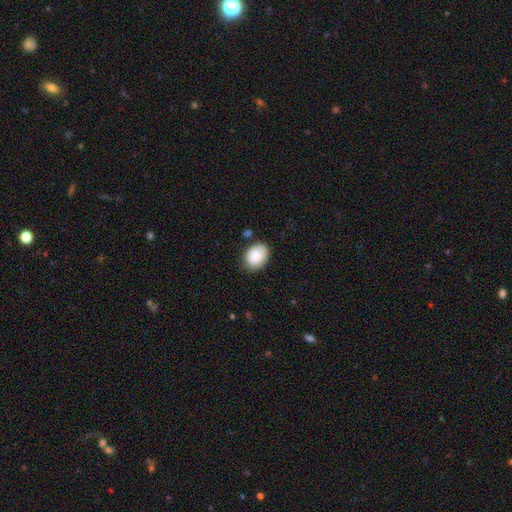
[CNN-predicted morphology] This is clearly a smooth galaxy (88%). How rounded: likely in between (69%). Merging: likely none (77%).